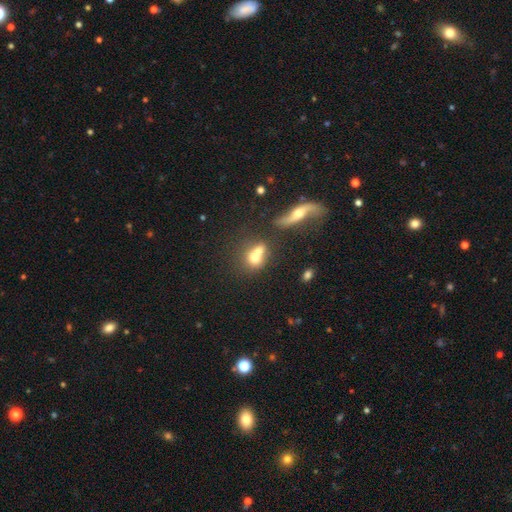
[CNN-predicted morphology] This appears to be a smooth galaxy with no disk features (65%) that is round (56%). Merging: merger (61%).